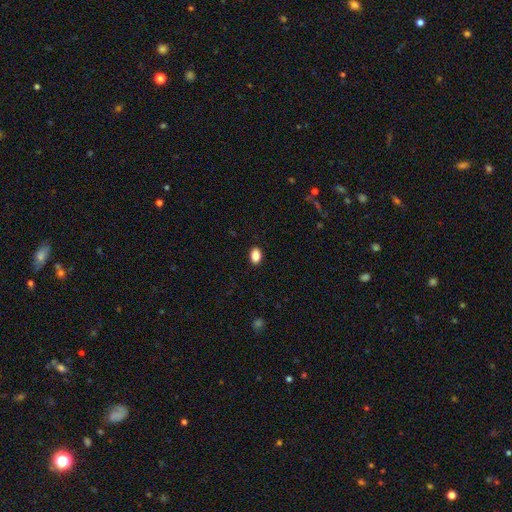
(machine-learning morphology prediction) Smooth or featured?
  - smooth: 87% *
  - star or artifact: 9%
  - featured or disk: 4%
How rounded?
  - in between: 84% *
  - round: 14%
  - cigar-shaped: 1%
Merging?
  - none: 90% *
  - minor disturbance: 8%
  - major disturbance: 2%
  - merger: 1%